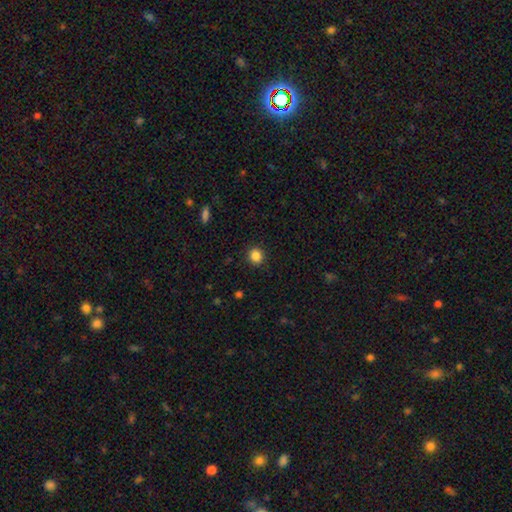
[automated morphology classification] Smooth or featured? smooth (86%)
How rounded? round (85%)
Merging? none (89%)